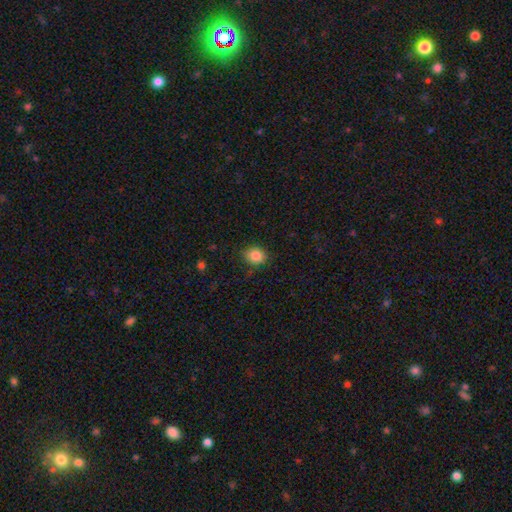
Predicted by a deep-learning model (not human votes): Smooth or featured? Predicted: smooth (p=0.85). How rounded? Predicted: round (p=0.61). Merging? Predicted: none (p=0.84).